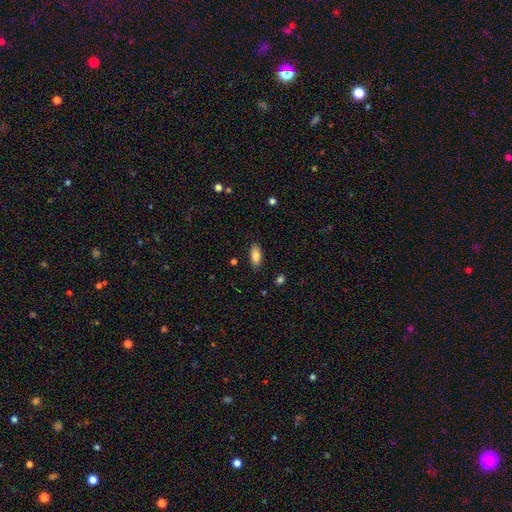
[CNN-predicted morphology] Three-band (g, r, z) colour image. It shows a smooth galaxy with no disk features (86%) that is in between round and cigar-shaped (87%). Merging: none (87%).